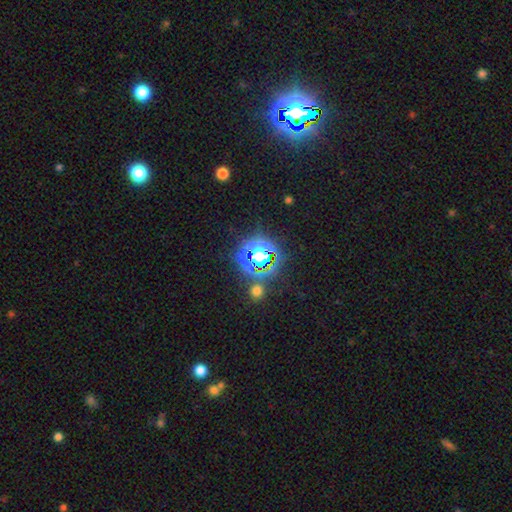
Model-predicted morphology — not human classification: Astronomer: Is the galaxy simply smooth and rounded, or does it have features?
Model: star or artifact — 71%.